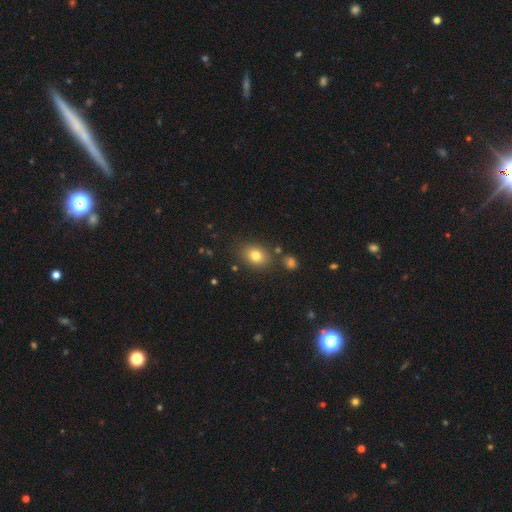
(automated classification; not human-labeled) Smooth or featured?
  - smooth: 80% *
  - star or artifact: 11%
  - featured or disk: 9%
How rounded?
  - in between: 64% *
  - round: 35%
  - cigar-shaped: 1%
Merging?
  - none: 79% *
  - minor disturbance: 11%
  - merger: 6%
  - major disturbance: 3%